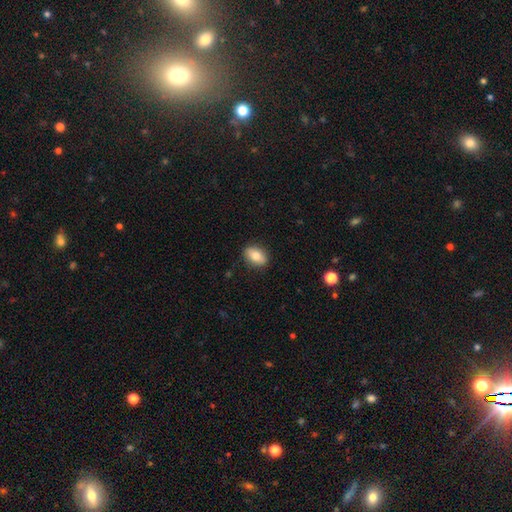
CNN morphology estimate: The model was most divided on "smooth or featured": smooth: 79%, featured or disk: 14%, star or artifact: 7%. More confident: merging — none (87%); how rounded — in between (84%).